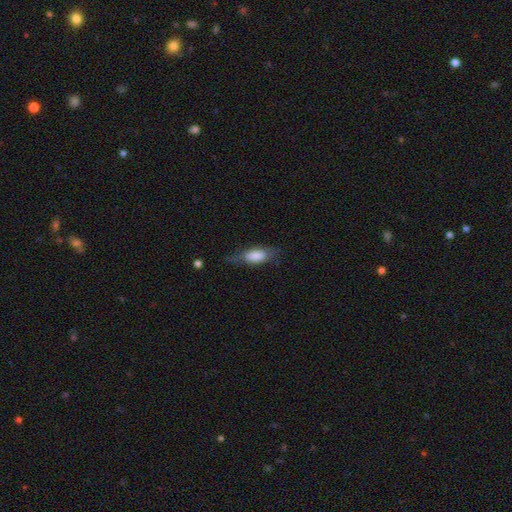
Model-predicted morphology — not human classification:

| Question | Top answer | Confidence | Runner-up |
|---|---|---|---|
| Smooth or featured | smooth | 74% | featured or disk (19%) |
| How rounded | in between | 78% | cigar-shaped (19%) |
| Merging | none | 54% | minor disturbance (30%) |